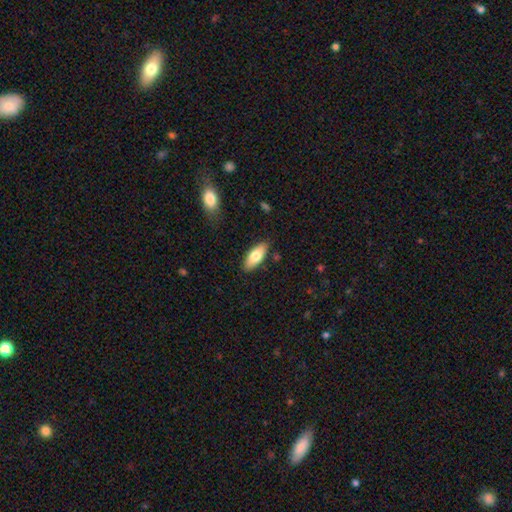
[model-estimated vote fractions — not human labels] The model was most divided on "smooth or featured": smooth: 75%, featured or disk: 19%, star or artifact: 6%. More confident: merging — none (85%); how rounded — in between (80%).